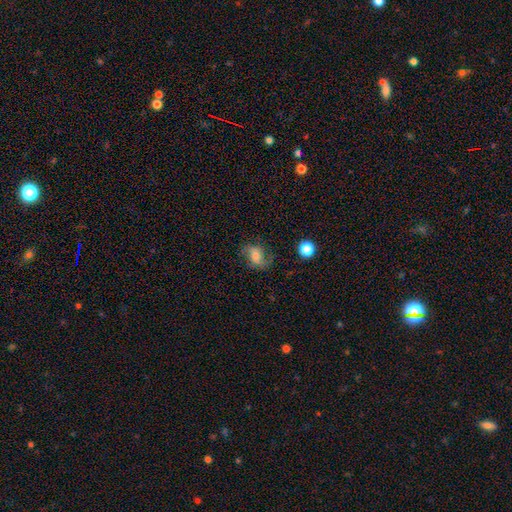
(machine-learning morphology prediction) smooth-or-featured: smooth: 45% | featured or disk: 44% | star or artifact: 11%
  merging: none: 66% | minor disturbance: 22% | major disturbance: 11% | merger: 2%